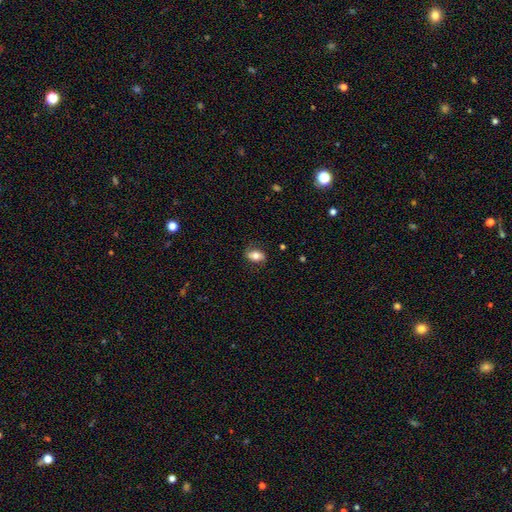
A smooth galaxy with no disk features (79%) that is in between round and cigar-shaped (90%).

Vote fractions:
- Smooth or featured? smooth: 79% / featured or disk: 18% / star or artifact: 3%
- How rounded? in between: 90% / round: 6% / cigar-shaped: 3%
- Merging? none: 95% / minor disturbance: 5% / major disturbance: 0% / merger: 0%